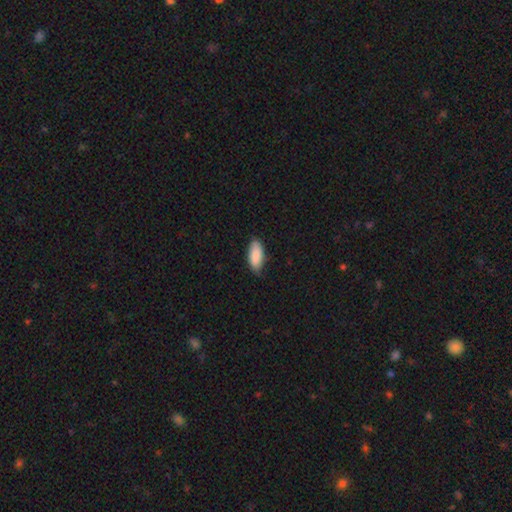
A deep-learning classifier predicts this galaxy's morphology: This is clearly a smooth galaxy (88%). How rounded: clearly in between (88%). Merging: likely none (74%).